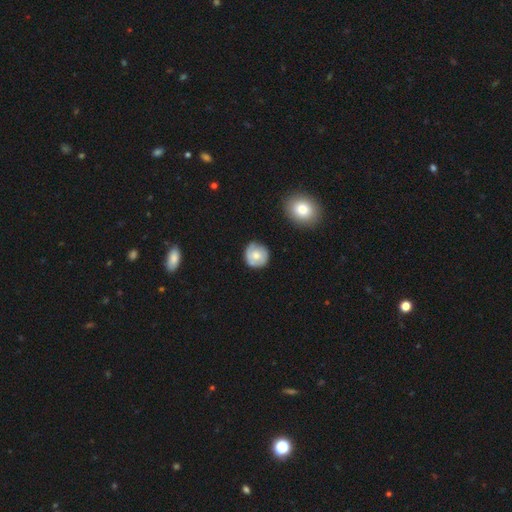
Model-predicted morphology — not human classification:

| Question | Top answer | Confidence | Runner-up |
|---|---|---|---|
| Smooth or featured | smooth | 56% | featured or disk (37%) |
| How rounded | round | 91% | in between (8%) |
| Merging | none | 76% | minor disturbance (18%) |